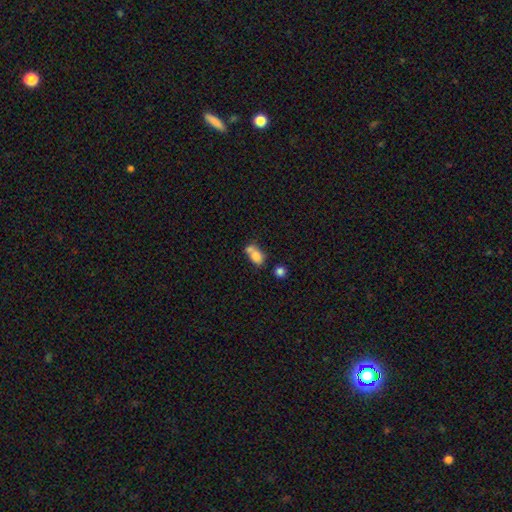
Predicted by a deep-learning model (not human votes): Morphology: type=smooth (76%); roundness=in between (66%); merging=merger (49%).